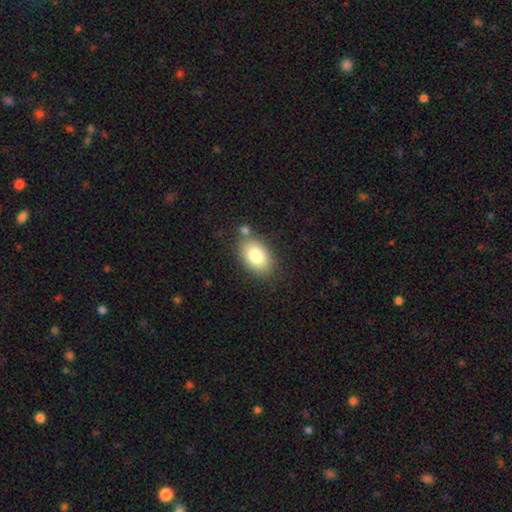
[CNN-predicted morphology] A smooth galaxy with no disk features (81%) that is in between round and cigar-shaped (87%). Merging: none (76%).